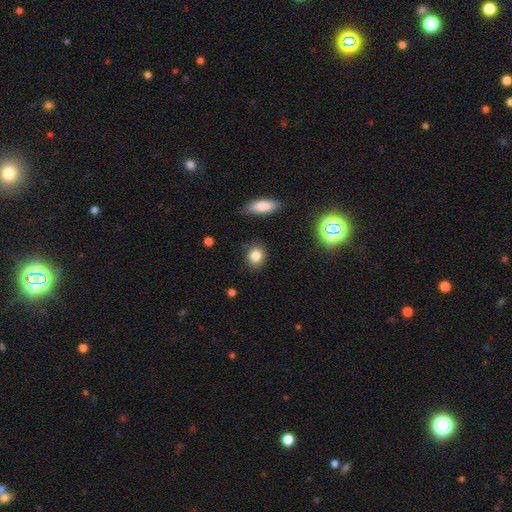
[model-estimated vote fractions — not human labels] Overall: smooth (83%). How rounded: round (65%; in between 33%). Merging: none (84%).